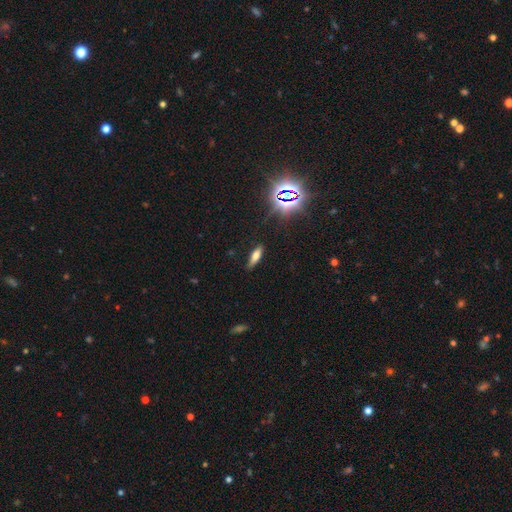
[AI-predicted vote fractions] Q: Smooth or featured?
A: smooth (61%); runner-up: featured or disk (21%)
Q: How rounded?
A: in between (49%); runner-up: cigar-shaped (48%)
Q: Merging?
A: none (81%); runner-up: minor disturbance (14%)